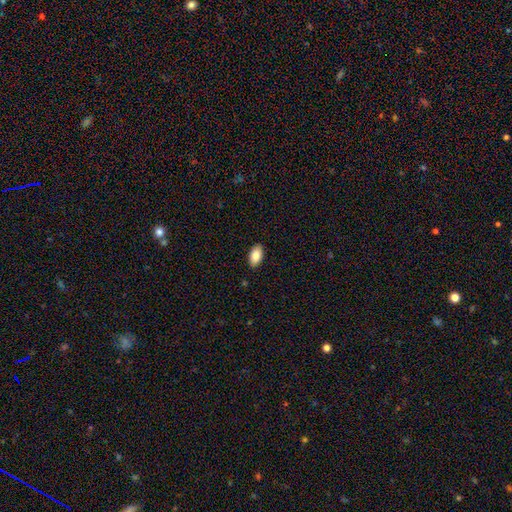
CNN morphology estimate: Q: Smooth or featured?
A: smooth (85%); runner-up: featured or disk (8%)
Q: How rounded?
A: in between (94%); runner-up: cigar-shaped (3%)
Q: Merging?
A: none (89%); runner-up: minor disturbance (8%)